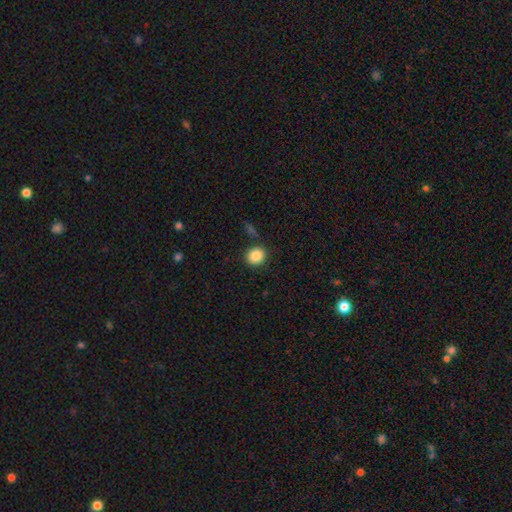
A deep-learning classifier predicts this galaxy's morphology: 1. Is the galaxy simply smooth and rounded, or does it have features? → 87% smooth, 9% star or artifact, 4% featured or disk.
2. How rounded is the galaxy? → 81% round, 18% in between, 1% cigar-shaped.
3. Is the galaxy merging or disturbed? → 85% none, 8% minor disturbance, 4% merger, 3% major disturbance.